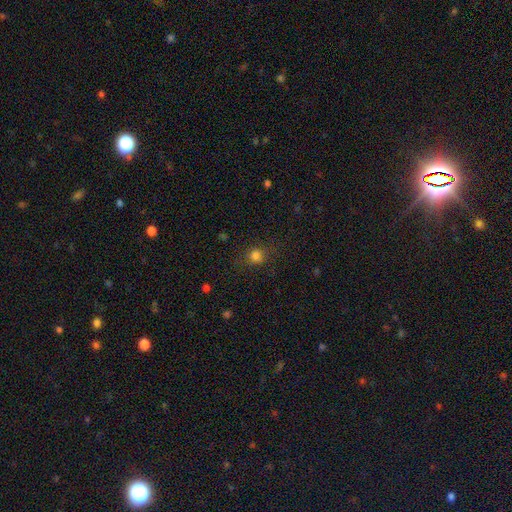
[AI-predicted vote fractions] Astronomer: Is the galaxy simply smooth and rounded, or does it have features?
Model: smooth — 76%.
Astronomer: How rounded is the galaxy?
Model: round — 77%.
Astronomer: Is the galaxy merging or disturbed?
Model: none — 78%.